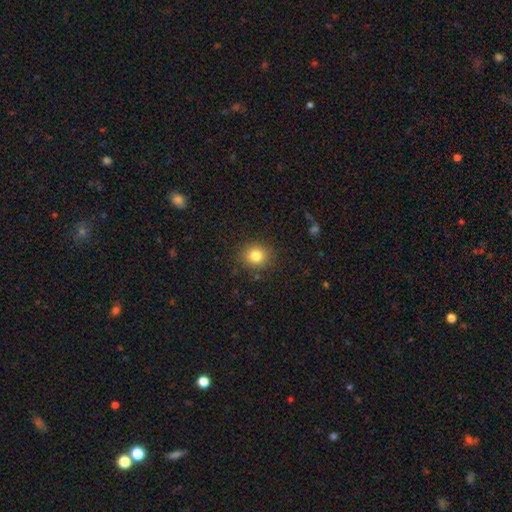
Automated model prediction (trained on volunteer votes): This is clearly a smooth galaxy (81%). How rounded: likely round (80%). Merging: clearly none (88%).